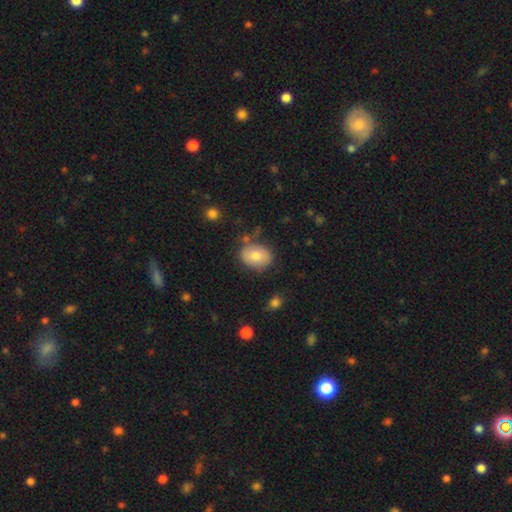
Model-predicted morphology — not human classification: smooth 77%, featured or disk 16%, star or artifact 8%. Down the decision tree: how rounded — in between (64%); merging — none (76%).